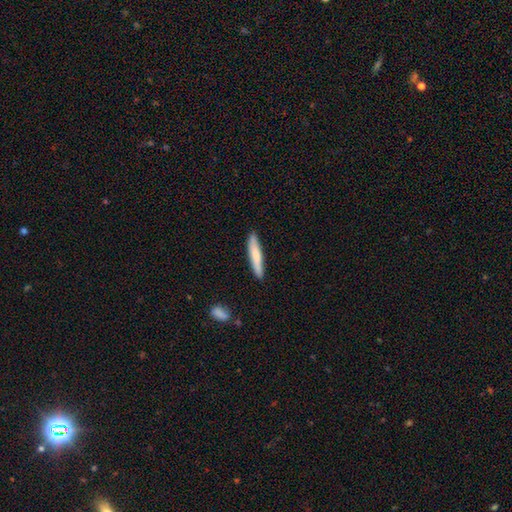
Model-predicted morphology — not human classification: Smooth or featured? smooth (73%)
How rounded? cigar-shaped (92%)
Merging? none (89%)